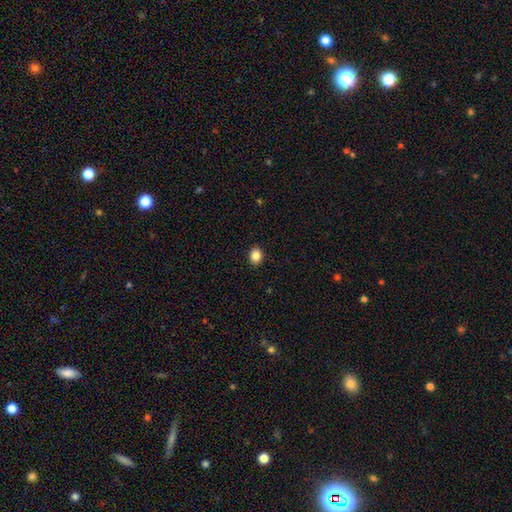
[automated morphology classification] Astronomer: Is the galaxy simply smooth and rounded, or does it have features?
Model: smooth — 85%.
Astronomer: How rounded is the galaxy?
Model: round — 52% (runner-up: in between, 47%).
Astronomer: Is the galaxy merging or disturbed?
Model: none — 91%.